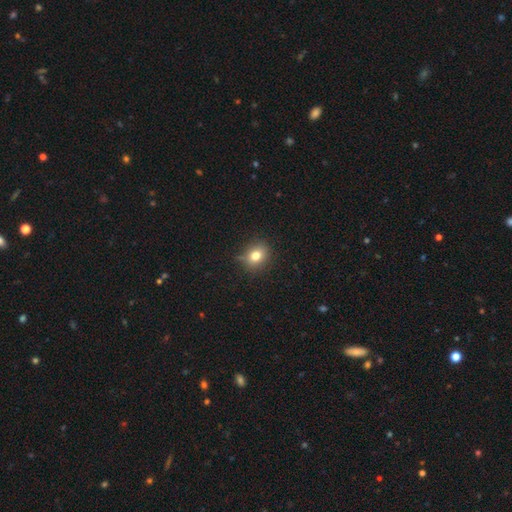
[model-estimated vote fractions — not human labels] Smooth or featured: smooth — 77% (star or artifact — 13%)
How rounded: round — 63% (in between — 36%)
Merging: none — 78% (minor disturbance — 16%)